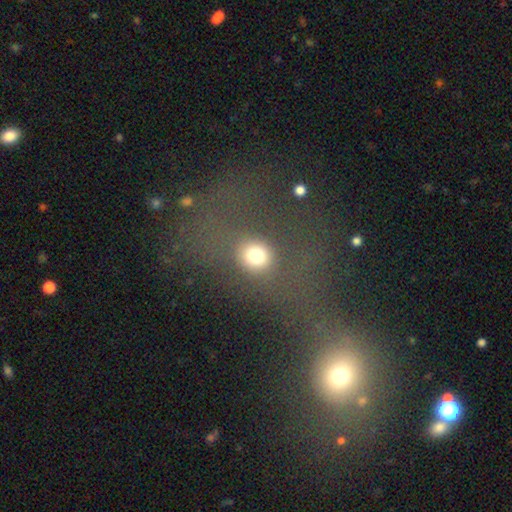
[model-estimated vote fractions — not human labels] Morphology: type=smooth (75%); roundness=round (68%); merging=none (72%).